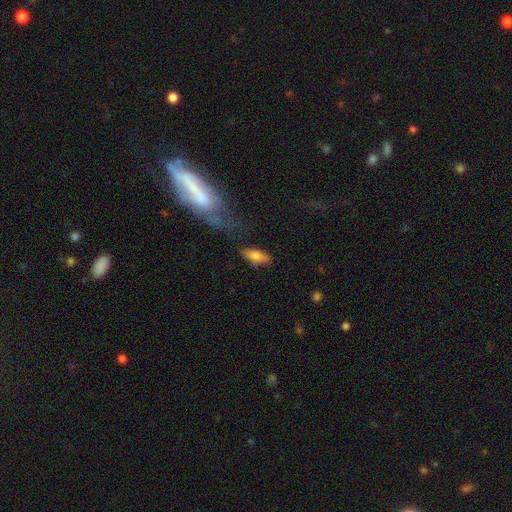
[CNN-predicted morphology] smooth-or-featured: smooth: 71% | featured or disk: 22% | star or artifact: 7%
  how-rounded: in between: 70% | cigar-shaped: 26% | round: 3%
  merging: none: 74% | minor disturbance: 15% | major disturbance: 6% | merger: 5%